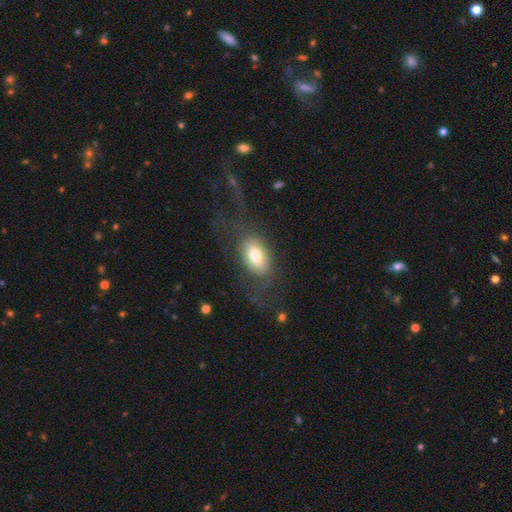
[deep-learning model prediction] This is likely a smooth galaxy (70%). How rounded: clearly in between (89%). Merging: possibly none (60%).